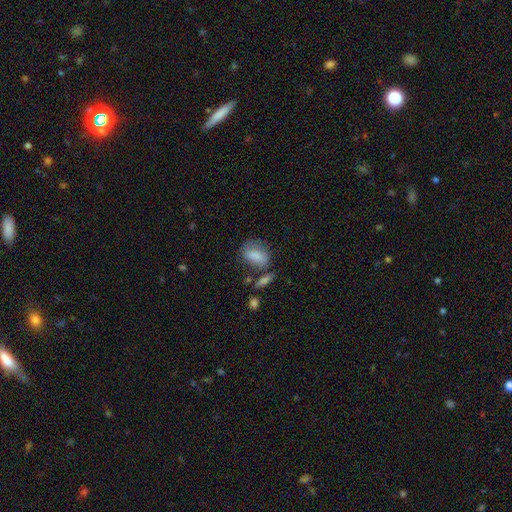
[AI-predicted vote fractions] A smooth galaxy with no disk features (81%) that is in between round and cigar-shaped (83%). Merging: none (56%).